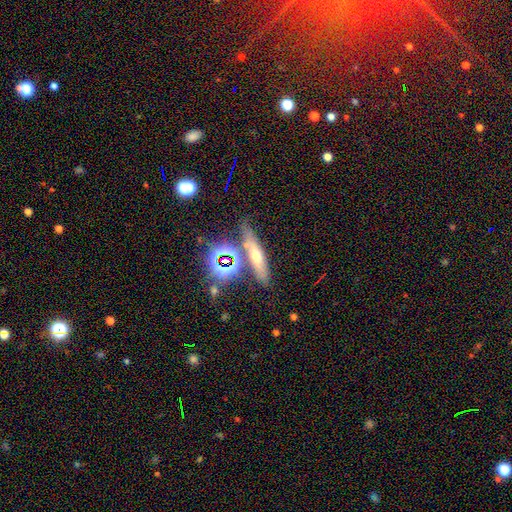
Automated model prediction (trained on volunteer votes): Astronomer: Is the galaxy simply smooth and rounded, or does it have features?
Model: smooth — 40% (runner-up: featured or disk, 31%).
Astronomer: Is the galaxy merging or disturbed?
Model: none — 72%.